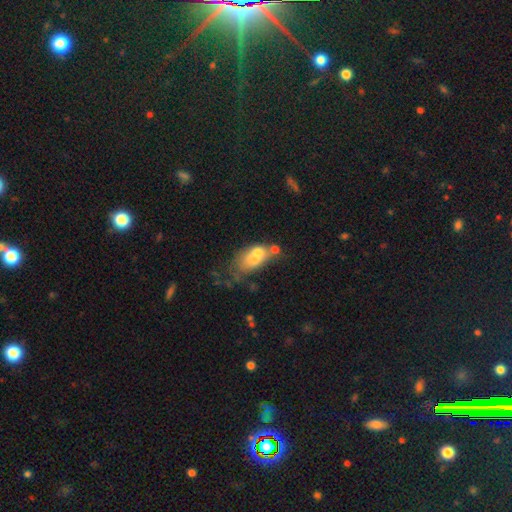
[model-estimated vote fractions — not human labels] Smooth or featured? Predicted: smooth (p=0.59). How rounded? Predicted: in between (p=0.83). Merging? Predicted: merger (p=0.47).